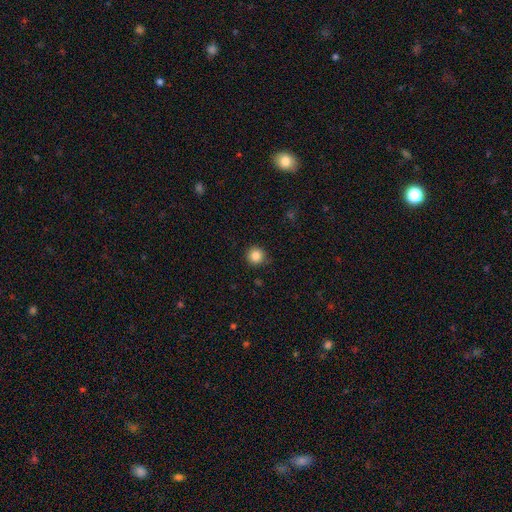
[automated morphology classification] Smooth or featured: smooth — 85% (star or artifact — 11%)
How rounded: round — 95% (in between — 5%)
Merging: none — 87% (minor disturbance — 9%)